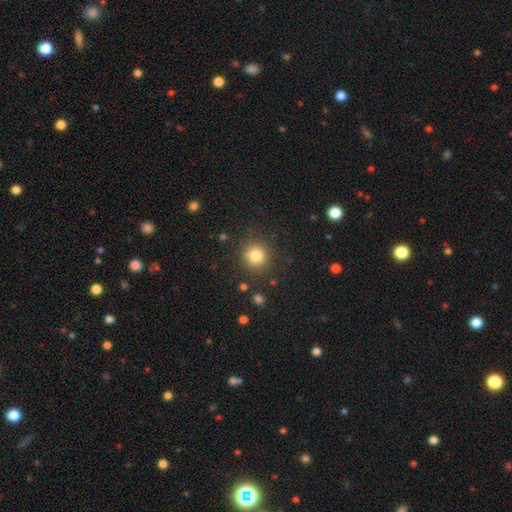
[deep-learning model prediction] Morphology: type=smooth (81%); roundness=round (92%); merging=none (87%).